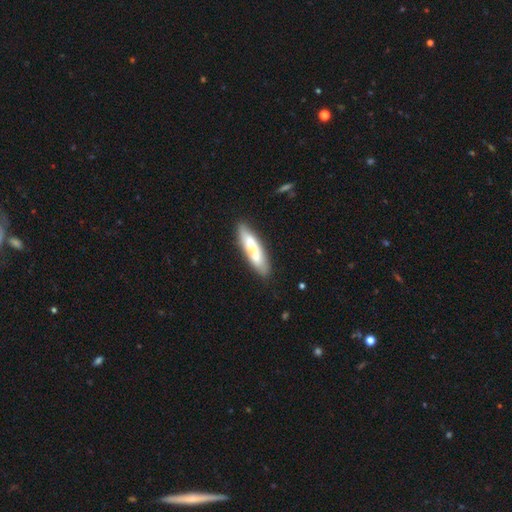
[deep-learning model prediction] A smooth galaxy with no disk features (63%) that is cigar-shaped (74%).

Vote fractions:
- Smooth or featured? smooth: 63% / featured or disk: 31% / star or artifact: 6%
- How rounded? cigar-shaped: 74% / in between: 24% / round: 2%
- Merging? none: 71% / minor disturbance: 18% / merger: 7% / major disturbance: 5%